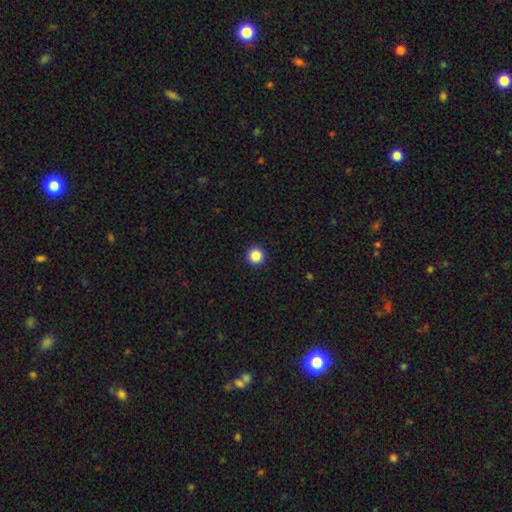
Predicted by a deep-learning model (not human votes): Smooth or featured? smooth (87%)
How rounded? round (96%)
Merging? none (94%)